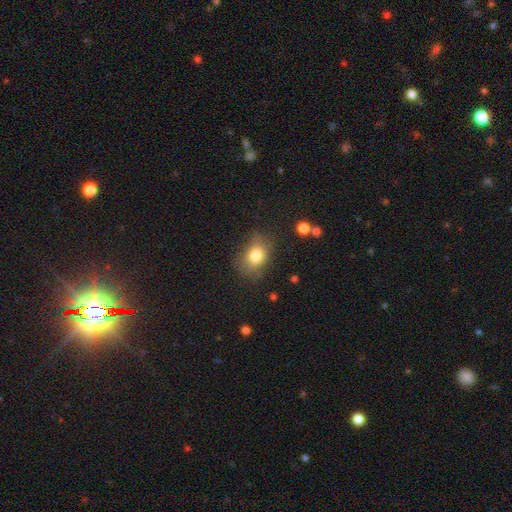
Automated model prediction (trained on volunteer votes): Q: Smooth or featured?
A: smooth (79%); runner-up: featured or disk (11%)
Q: How rounded?
A: in between (63%); runner-up: round (36%)
Q: Merging?
A: none (63%); runner-up: minor disturbance (25%)